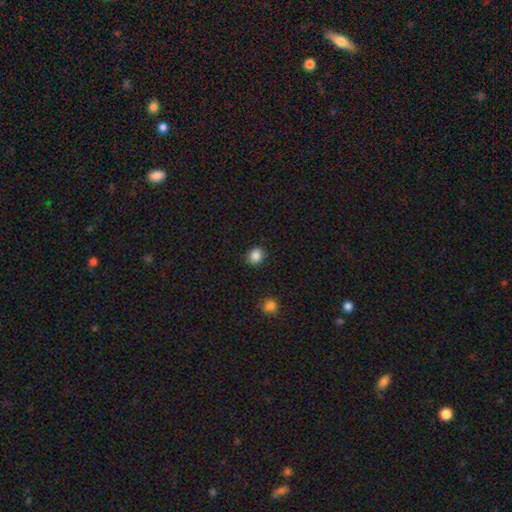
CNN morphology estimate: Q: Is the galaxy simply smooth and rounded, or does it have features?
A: smooth — 86%.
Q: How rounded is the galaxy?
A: round — 68%.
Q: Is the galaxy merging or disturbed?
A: none — 88%.